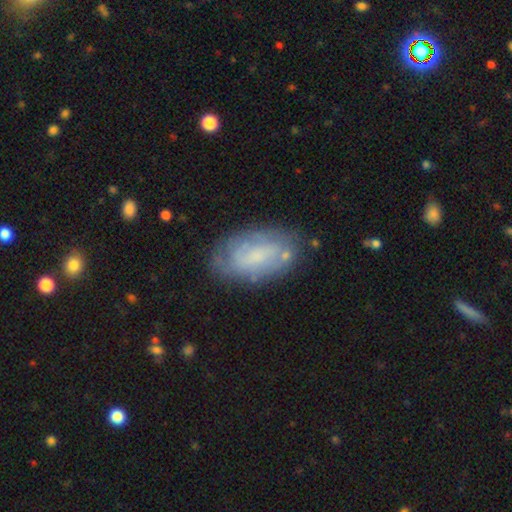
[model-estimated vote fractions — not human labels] A smooth galaxy with no disk features (46%, tied with featured or disk).

Vote fractions:
- Smooth or featured? smooth: 46% (tied) / featured or disk: 46% (tied) / star or artifact: 8%
- Merging? none: 68% / minor disturbance: 21% / major disturbance: 7% / merger: 4%